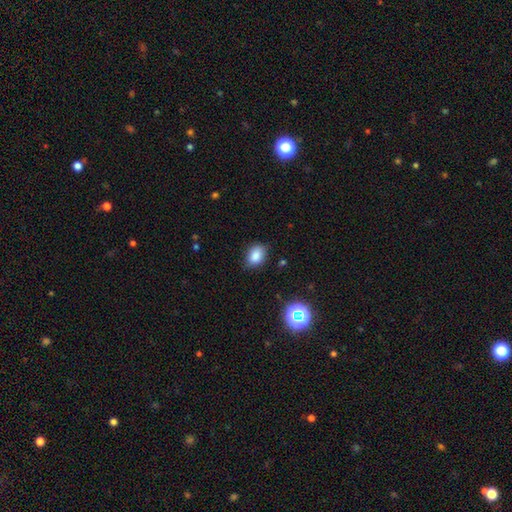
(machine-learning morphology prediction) This appears to be a smooth galaxy with no disk features (84%) that is in between round and cigar-shaped (77%). Merging: none (79%).